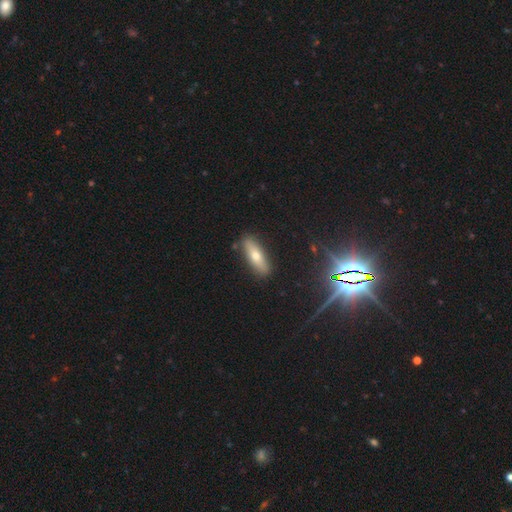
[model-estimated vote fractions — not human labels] smooth_or_featured: smooth (p=0.56) [alt: featured or disk p=0.31]
how_rounded: cigar-shaped (p=0.55) [alt: in between p=0.42]
merging: none (p=0.86) [alt: minor disturbance p=0.10]